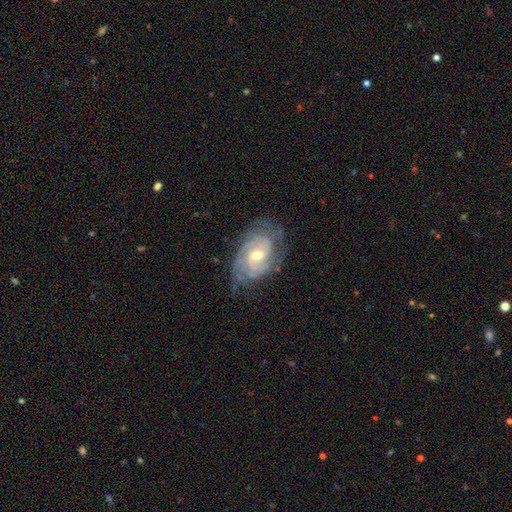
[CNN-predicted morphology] Smooth or featured: featured or disk — 85% (smooth — 9%)
Edge-on disk: no — 96% (yes — 4%)
Bar: no — 46% (weak — 44%)
Spiral arms: yes — 95% (no — 5%)
Spiral winding: tight — 63% (medium — 30%)
Spiral arm count: can't tell — 34% (2 — 26%)
Bulge size: moderate — 63% (small — 31%)
Merging: none — 68% (minor disturbance — 22%)